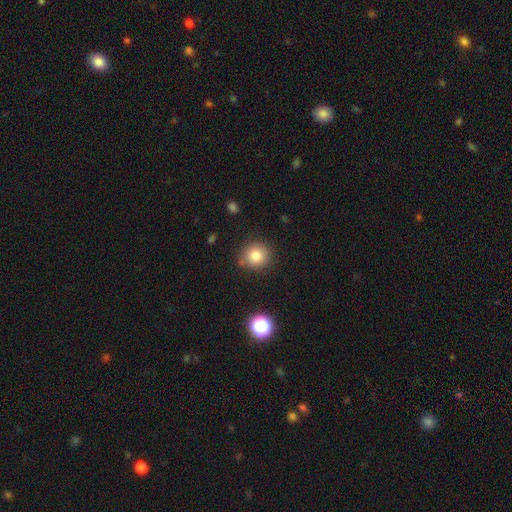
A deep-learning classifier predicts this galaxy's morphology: Smooth or featured: smooth — 81% (star or artifact — 12%)
How rounded: round — 87% (in between — 12%)
Merging: none — 83% (minor disturbance — 11%)